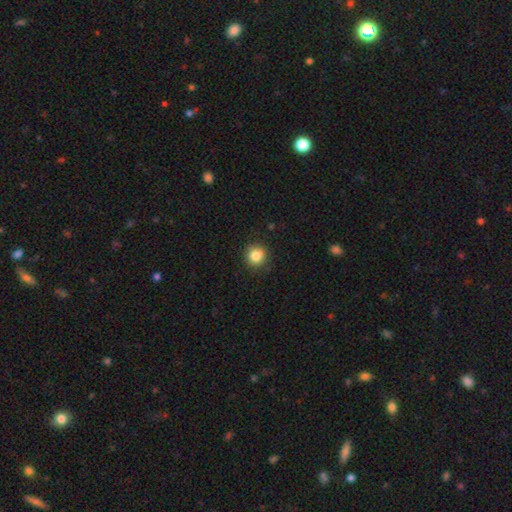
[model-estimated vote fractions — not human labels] This appears to be a smooth galaxy with no disk features (85%) that is round (91%). Merging: none (89%).